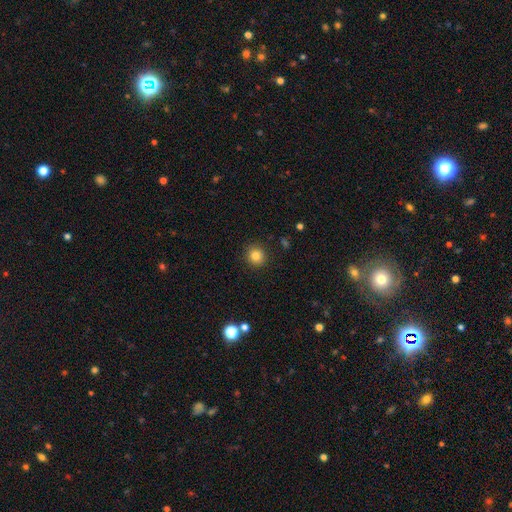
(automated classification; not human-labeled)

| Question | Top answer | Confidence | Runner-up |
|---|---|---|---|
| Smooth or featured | smooth | 83% | star or artifact (11%) |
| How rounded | round | 91% | in between (8%) |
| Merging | none | 91% | minor disturbance (6%) |